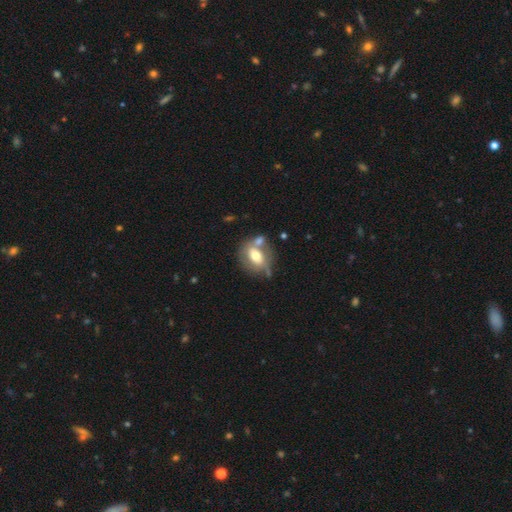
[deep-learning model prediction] Overall: smooth (54%; featured or disk 39%). How rounded: in between (63%; round 35%). Merging: none (44%; merger 29%).